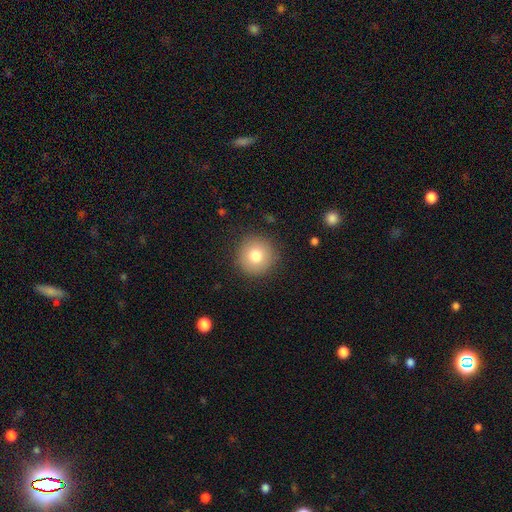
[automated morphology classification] This appears to be a smooth galaxy with no disk features (77%) that is round (95%). Merging: none (90%).